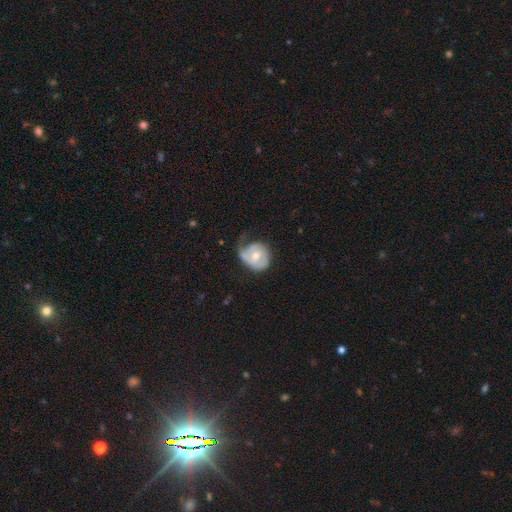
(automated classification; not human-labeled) This is possibly a featured or disk galaxy (55%). It is clearly not viewed edge-on (97%). Bar: likely no (68%). Spiral arm pattern: likely yes (67%). Central bulge: likely moderate (64%). Merging: marginally major disturbance (33%).